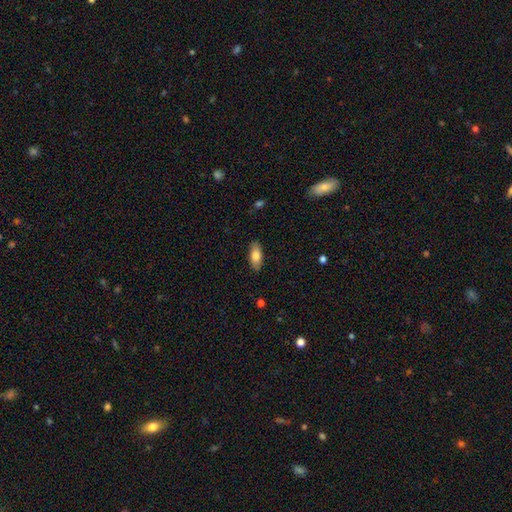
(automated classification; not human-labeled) Smooth or featured? smooth (79%)
How rounded? in between (85%)
Merging? none (87%)